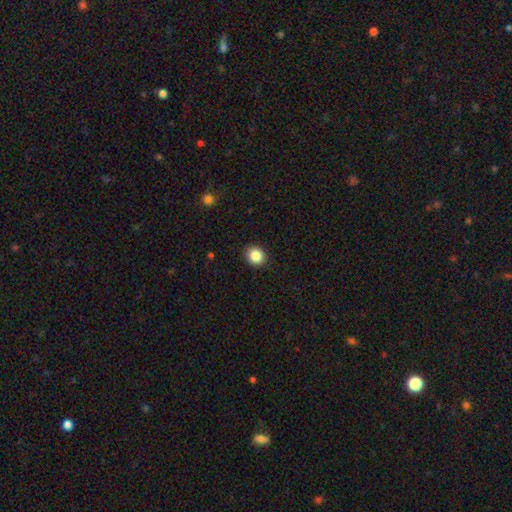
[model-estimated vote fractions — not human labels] smooth 86%, star or artifact 10%, featured or disk 4%. Down the decision tree: how rounded — round (78%); merging — none (91%).